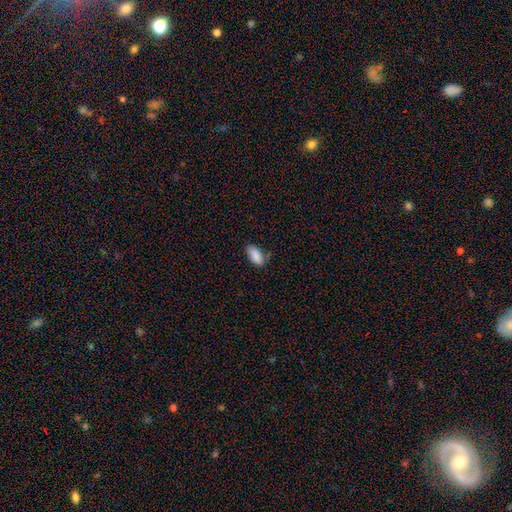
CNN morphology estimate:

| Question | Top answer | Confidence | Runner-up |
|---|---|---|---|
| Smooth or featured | smooth | 88% | star or artifact (7%) |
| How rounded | in between | 91% | cigar-shaped (7%) |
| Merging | none | 65% | minor disturbance (26%) |